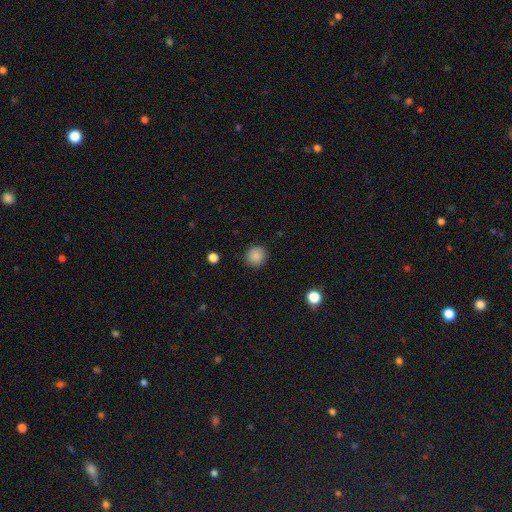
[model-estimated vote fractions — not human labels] A smooth galaxy with no disk features (87%) that is round (90%).

Vote fractions:
- Smooth or featured? smooth: 87% / star or artifact: 10% / featured or disk: 4%
- How rounded? round: 90% / in between: 9% / cigar-shaped: 1%
- Merging? none: 88% / minor disturbance: 8% / major disturbance: 2% / merger: 1%